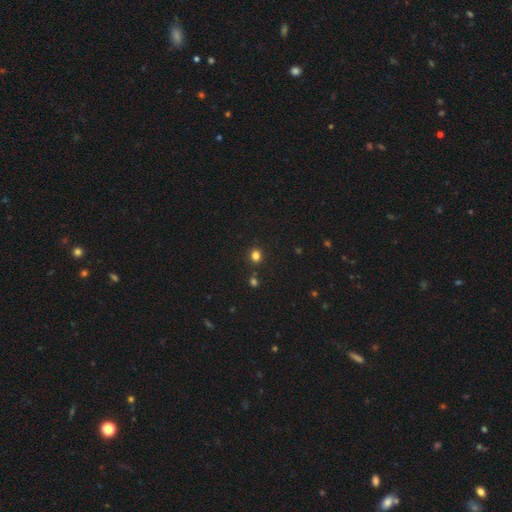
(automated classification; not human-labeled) A smooth galaxy with no disk features (80%) that is round (74%). Merging: none (84%).